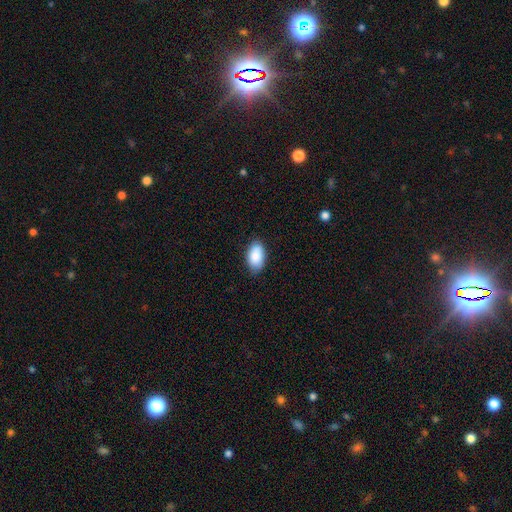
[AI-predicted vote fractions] Morphology: type=smooth (88%); roundness=in between (94%); merging=none (84%).